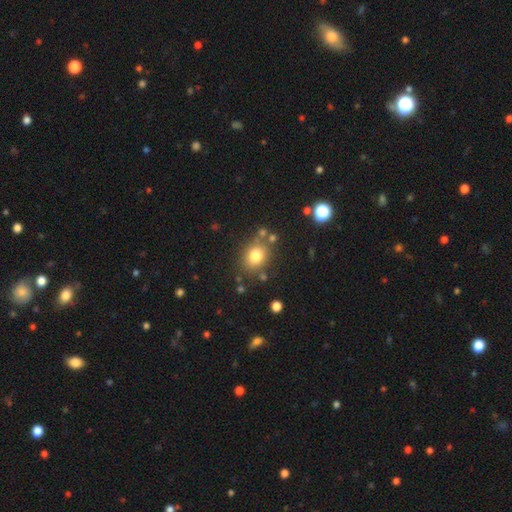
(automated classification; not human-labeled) smooth_or_featured: smooth (p=0.78) [alt: star or artifact p=0.12]
how_rounded: round (p=0.57) [alt: in between p=0.42]
merging: none (p=0.76) [alt: minor disturbance p=0.12]